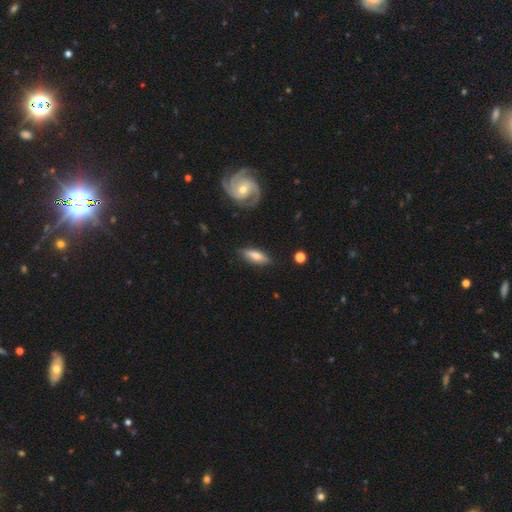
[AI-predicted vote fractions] This appears to be a smooth galaxy with no disk features (56%) that is cigar-shaped (50%). Merging: none (81%).